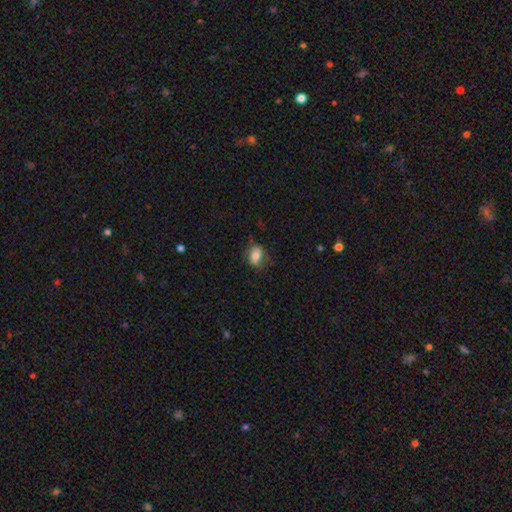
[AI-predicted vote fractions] smooth-or-featured: smooth: 76% | featured or disk: 15% | star or artifact: 9%
  how-rounded: in between: 79% | round: 18% | cigar-shaped: 3%
  merging: none: 64% | minor disturbance: 25% | major disturbance: 10% | merger: 2%